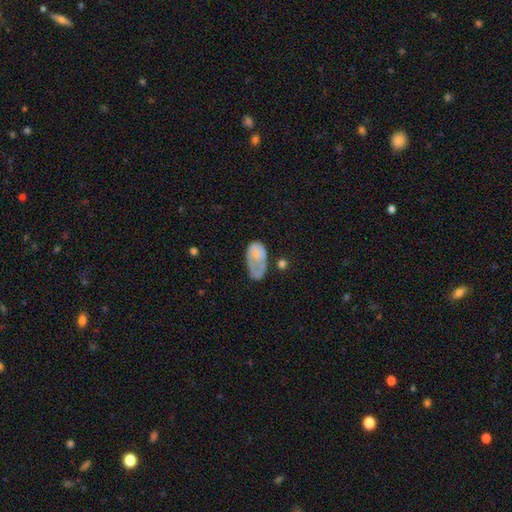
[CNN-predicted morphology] smooth_or_featured: smooth (p=0.59) [alt: featured or disk p=0.33]
how_rounded: in between (p=0.92) [alt: round p=0.06]
merging: major disturbance (p=0.34) [alt: minor disturbance p=0.30]